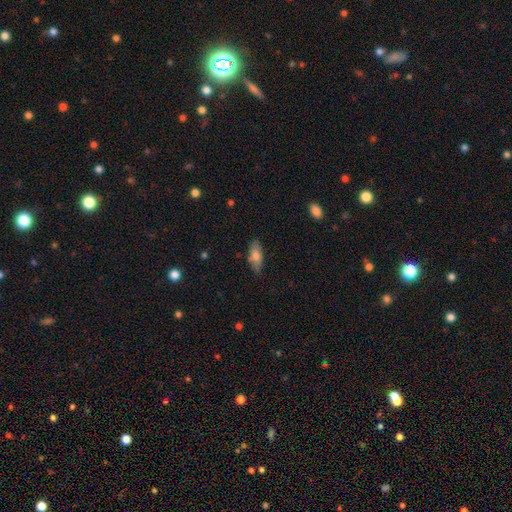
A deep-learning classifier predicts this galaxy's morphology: Smooth or featured?
  - smooth: 73% *
  - featured or disk: 19%
  - star or artifact: 7%
How rounded?
  - in between: 76% *
  - cigar-shaped: 22%
  - round: 3%
Merging?
  - none: 77% *
  - minor disturbance: 17%
  - major disturbance: 3%
  - merger: 2%